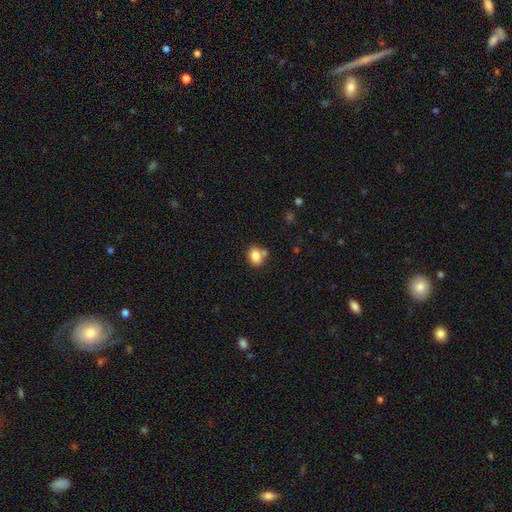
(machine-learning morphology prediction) Smooth or featured: smooth — 83% (star or artifact — 9%)
How rounded: in between — 60% (round — 39%)
Merging: none — 58% (merger — 23%)